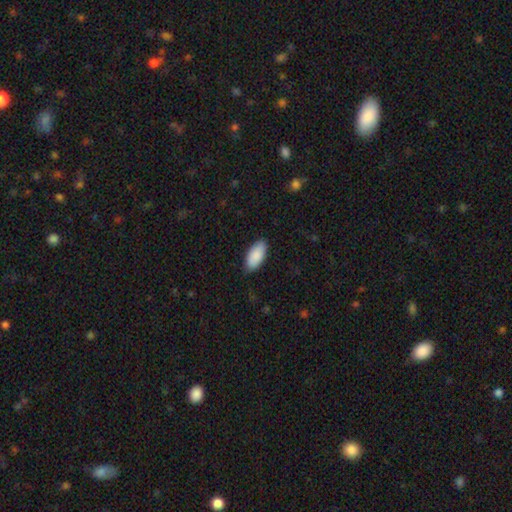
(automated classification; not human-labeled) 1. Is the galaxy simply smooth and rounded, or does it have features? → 90% smooth, 5% star or artifact, 5% featured or disk.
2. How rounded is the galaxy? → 93% in between, 5% cigar-shaped, 2% round.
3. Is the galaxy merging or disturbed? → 86% none, 11% minor disturbance, 2% major disturbance, 1% merger.